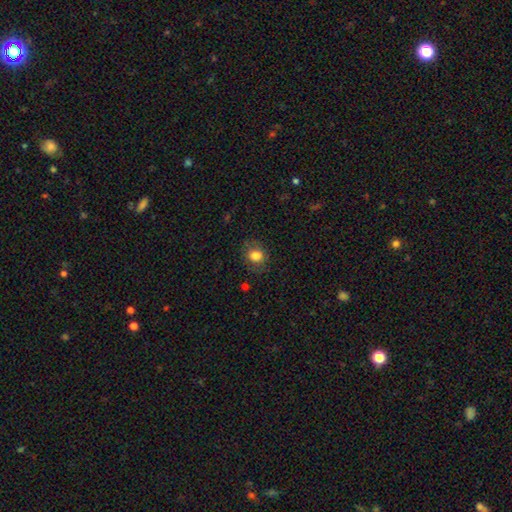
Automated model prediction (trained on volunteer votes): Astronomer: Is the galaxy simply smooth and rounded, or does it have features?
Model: smooth — 81%.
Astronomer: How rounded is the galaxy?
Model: round — 66%.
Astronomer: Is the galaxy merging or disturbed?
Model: none — 79%.